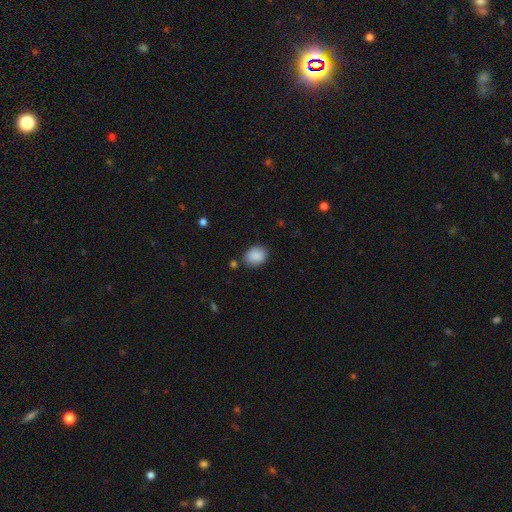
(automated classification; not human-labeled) smooth_or_featured: smooth (p=0.88) [alt: star or artifact p=0.08]
how_rounded: in between (p=0.59) [alt: round p=0.40]
merging: none (p=0.79) [alt: minor disturbance p=0.14]